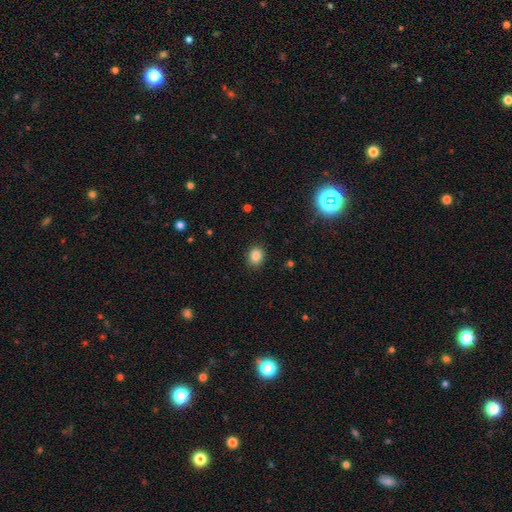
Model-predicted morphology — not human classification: Smooth or featured?
  - smooth: 85% *
  - star or artifact: 10%
  - featured or disk: 4%
How rounded?
  - round: 59% *
  - in between: 40%
  - cigar-shaped: 1%
Merging?
  - none: 89% *
  - minor disturbance: 8%
  - major disturbance: 2%
  - merger: 1%